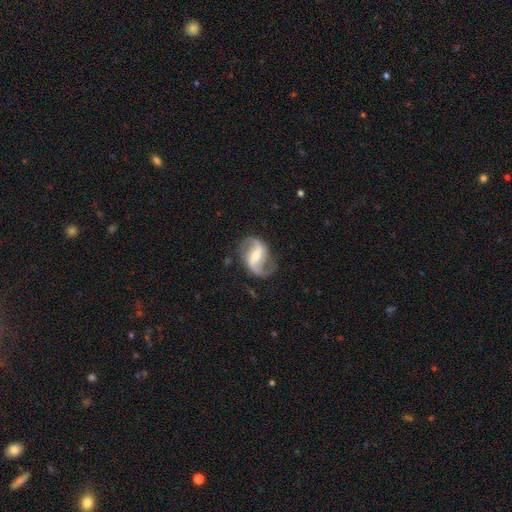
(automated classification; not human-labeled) This appears to be a featured or disk galaxy (88%) with a strong bar (49%), 2 (92%) loose (54%) spiral arms (95%) and a moderate central bulge (49%). Merging: none (78%).